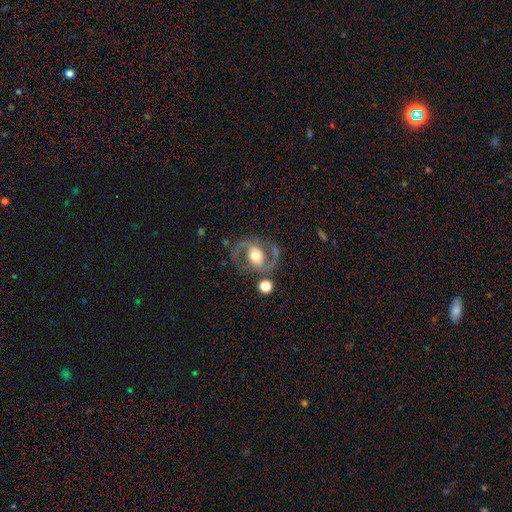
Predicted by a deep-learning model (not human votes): smooth-or-featured: featured or disk: 87% | smooth: 7% | star or artifact: 6%
  disk-edge-on: no: 97% | yes: 3%
    bar: no: 47% | weak: 34% | strong: 19%
    has-spiral-arms: yes: 95% | no: 5%
      spiral-winding: medium: 60% | loose: 26% | tight: 15%
      spiral-arm-count: 2: 93% | can't tell: 2% | 1: 2% | 3: 1% | 4: 1% | more than 4: 1%
    bulge-size: moderate: 66% | large: 21% | small: 9% | dominant: 2% | none: 1%
  merging: none: 77% | minor disturbance: 12% | major disturbance: 7% | merger: 4%